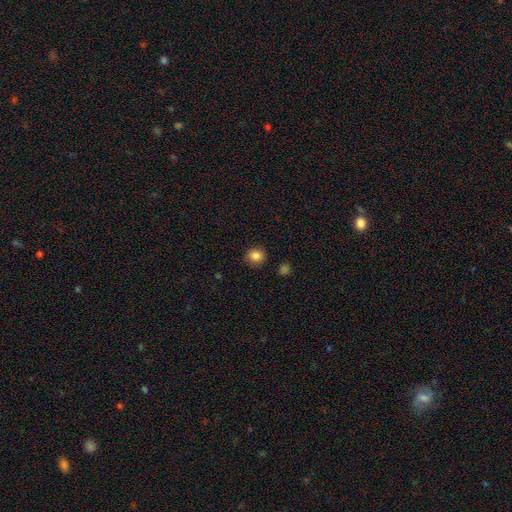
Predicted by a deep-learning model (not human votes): Morphology: type=smooth (85%); roundness=round (81%); merging=none (88%).